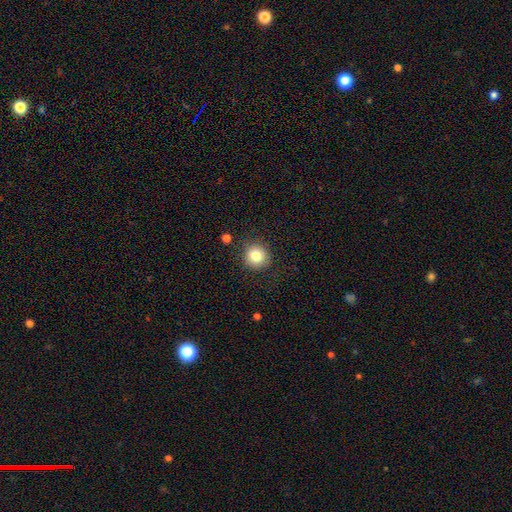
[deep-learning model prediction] Smooth or featured: smooth — 81% (star or artifact — 10%)
How rounded: round — 93% (in between — 7%)
Merging: none — 87% (minor disturbance — 9%)